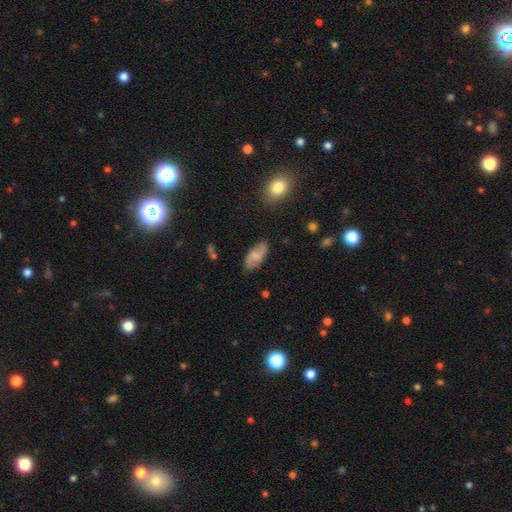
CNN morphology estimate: smooth_or_featured: smooth (p=0.54) [alt: featured or disk p=0.39]
how_rounded: in between (p=0.91) [alt: cigar-shaped p=0.06]
merging: none (p=0.77) [alt: minor disturbance p=0.17]